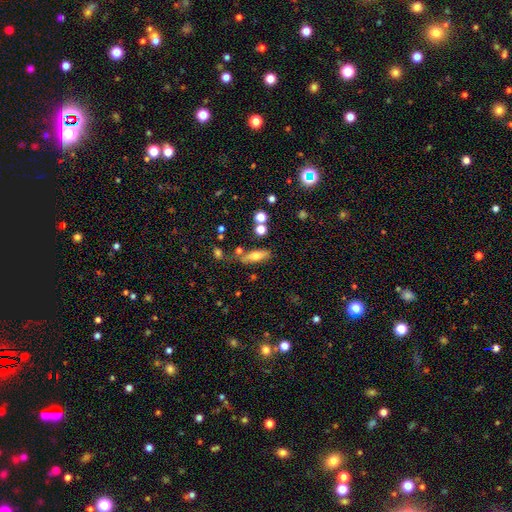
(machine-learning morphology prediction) Q: Smooth or featured?
A: smooth (64%); runner-up: featured or disk (27%)
Q: How rounded?
A: in between (54%); runner-up: cigar-shaped (42%)
Q: Merging?
A: none (69%); runner-up: minor disturbance (16%)